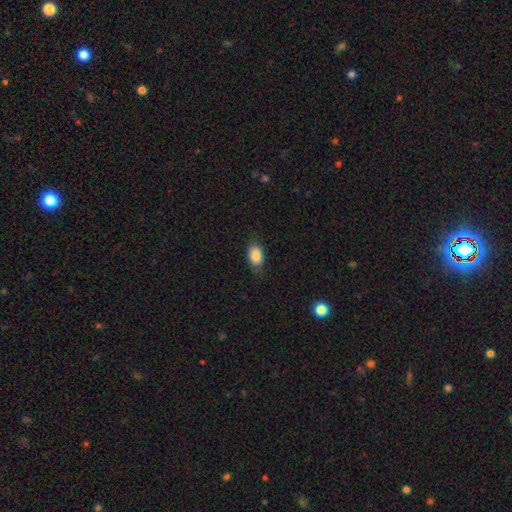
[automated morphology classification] smooth_or_featured: smooth (p=0.85) [alt: star or artifact p=0.08]
how_rounded: in between (p=0.84) [alt: round p=0.14]
merging: none (p=0.69) [alt: minor disturbance p=0.24]